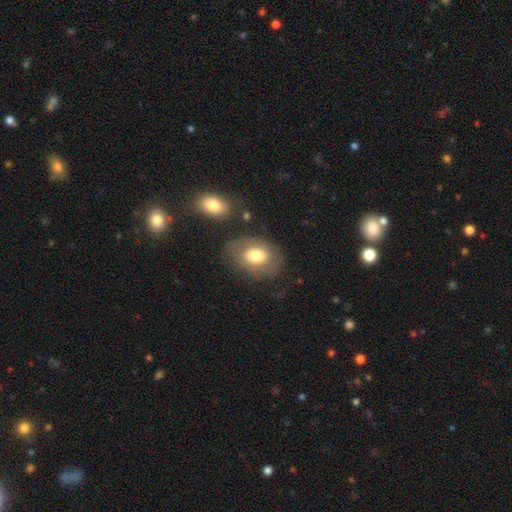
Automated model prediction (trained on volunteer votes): The model was most divided on "smooth or featured": smooth: 69%, featured or disk: 23%, star or artifact: 8%. More confident: how rounded — in between (76%); merging — none (72%).